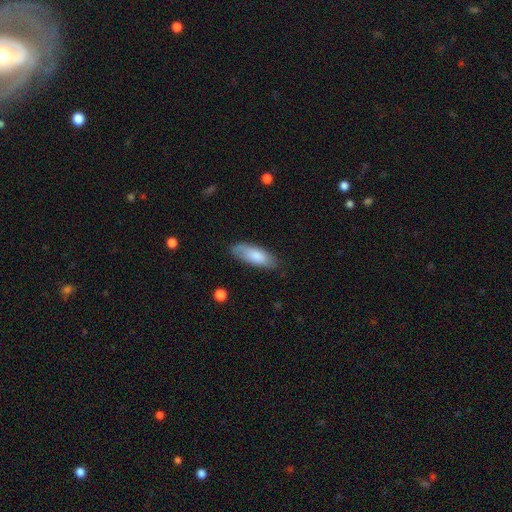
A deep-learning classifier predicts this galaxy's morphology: smooth-or-featured: smooth: 80% | featured or disk: 14% | star or artifact: 6%
  how-rounded: in between: 70% | cigar-shaped: 28% | round: 2%
  merging: none: 77% | minor disturbance: 18% | major disturbance: 4% | merger: 1%